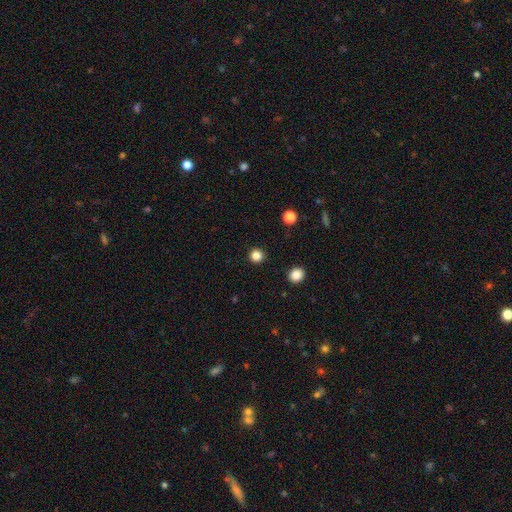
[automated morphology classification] Overall: smooth (84%). How rounded: round (94%). Merging: none (92%).